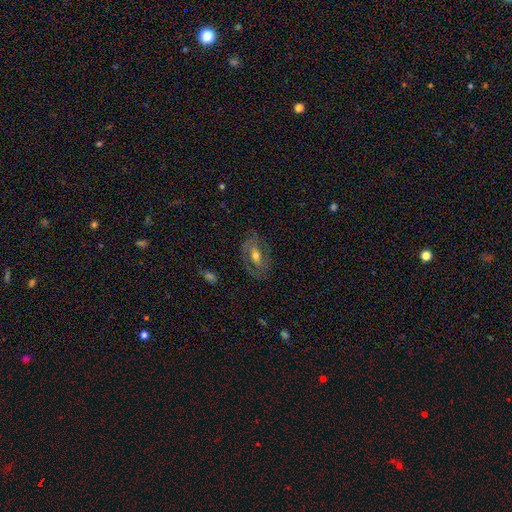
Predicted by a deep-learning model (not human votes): This is possibly a featured or disk galaxy (58%). It is clearly not viewed edge-on (91%). Bar: possibly no (48%). Spiral arm pattern: possibly no (52%). Central bulge: likely moderate (68%). Merging: likely none (74%).